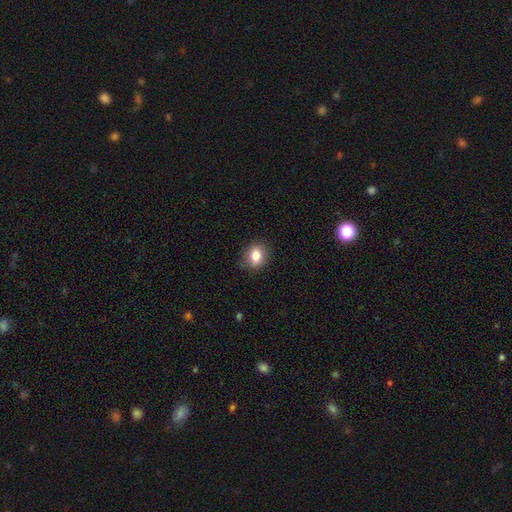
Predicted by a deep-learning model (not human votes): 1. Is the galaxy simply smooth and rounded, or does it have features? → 83% smooth, 10% star or artifact, 7% featured or disk.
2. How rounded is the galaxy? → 55% round, 44% in between, 1% cigar-shaped.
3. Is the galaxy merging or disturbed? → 85% none, 11% minor disturbance, 3% major disturbance, 1% merger.